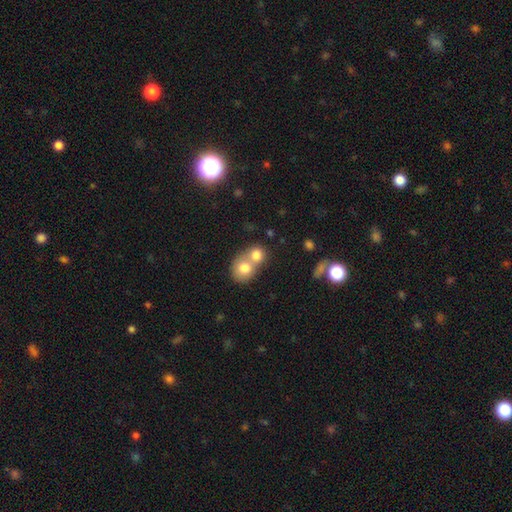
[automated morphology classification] smooth_or_featured: smooth (p=0.76) [alt: featured or disk p=0.15]
how_rounded: round (p=0.75) [alt: in between p=0.24]
merging: merger (p=0.66) [alt: none p=0.27]